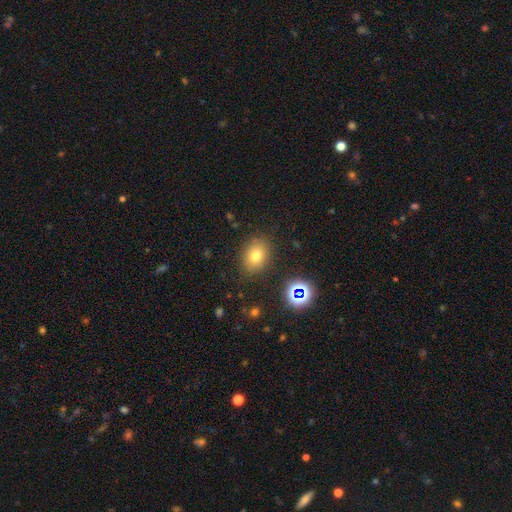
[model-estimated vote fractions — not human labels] Smooth or featured: smooth — 73% (star or artifact — 16%)
How rounded: in between — 55% (round — 44%)
Merging: none — 85% (minor disturbance — 10%)